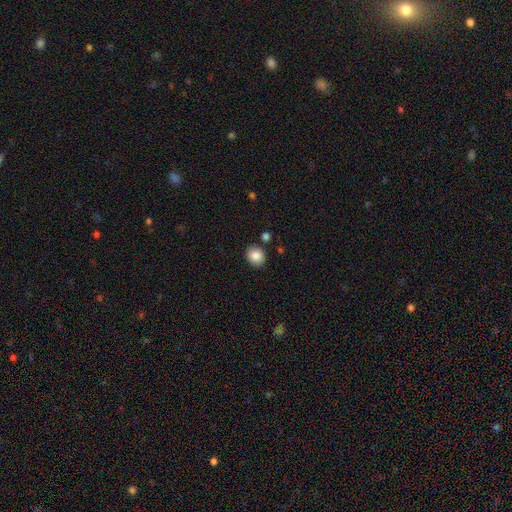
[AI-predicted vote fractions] Morphology: type=smooth (86%); roundness=round (71%); merging=none (86%).